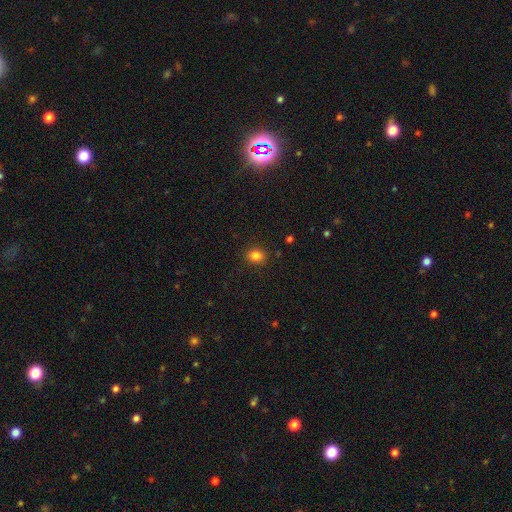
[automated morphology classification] smooth-or-featured: smooth: 84% | star or artifact: 11% | featured or disk: 5%
  how-rounded: in between: 54% | round: 45% | cigar-shaped: 1%
  merging: none: 87% | minor disturbance: 9% | major disturbance: 3% | merger: 1%